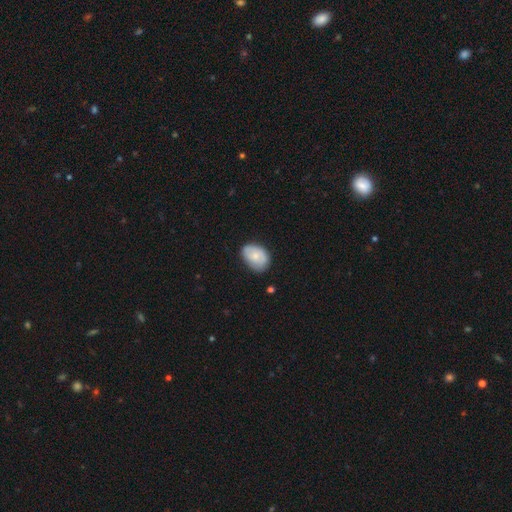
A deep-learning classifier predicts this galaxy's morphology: Smooth or featured: smooth — 74% (featured or disk — 19%)
How rounded: in between — 80% (round — 19%)
Merging: none — 71% (minor disturbance — 24%)